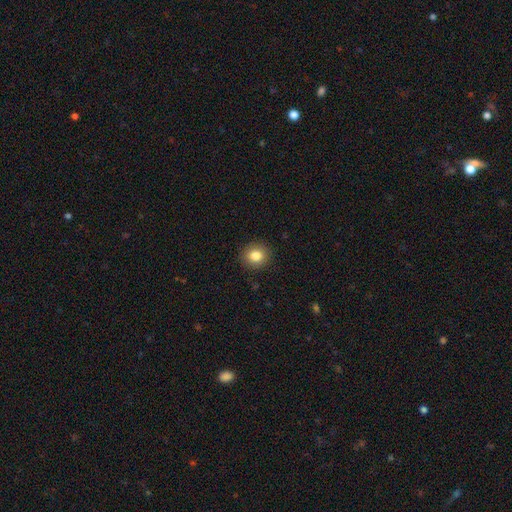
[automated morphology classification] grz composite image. It shows a smooth galaxy with no disk features (83%) that is round (82%). Merging: none (90%).